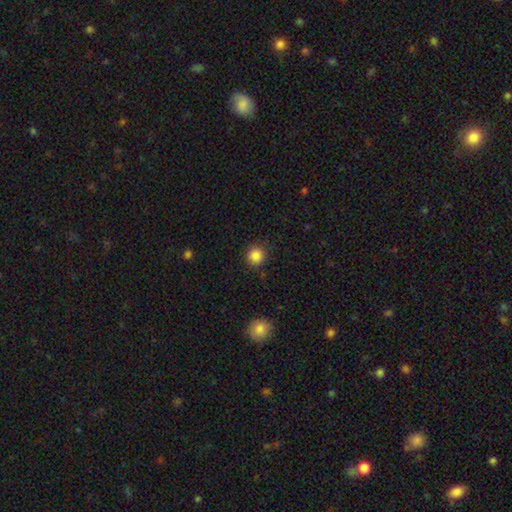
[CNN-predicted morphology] A smooth galaxy with no disk features (86%) that is round (93%).

Vote fractions:
- Smooth or featured? smooth: 86% / star or artifact: 10% / featured or disk: 4%
- How rounded? round: 93% / in between: 6% / cigar-shaped: 1%
- Merging? none: 89% / minor disturbance: 8% / major disturbance: 2% / merger: 1%